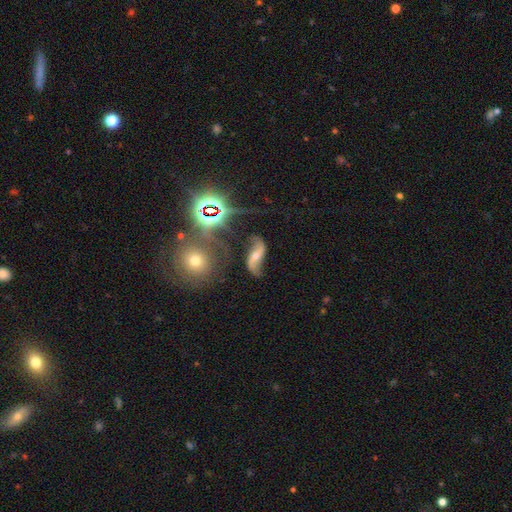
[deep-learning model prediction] smooth_or_featured: featured or disk (p=0.72) [alt: star or artifact p=0.17]
disk_edge_on: no (p=0.93) [alt: yes p=0.07]
bar: no (p=0.40) [alt: weak p=0.32]
has_spiral_arms: yes (p=0.92) [alt: no p=0.08]
spiral_winding: loose (p=0.77) [alt: medium p=0.17]
spiral_arm_count: 2 (p=0.90) [alt: 1 p=0.03]
bulge_size: moderate (p=0.48) [alt: small p=0.43]
merging: none (p=0.61) [alt: minor disturbance p=0.18]